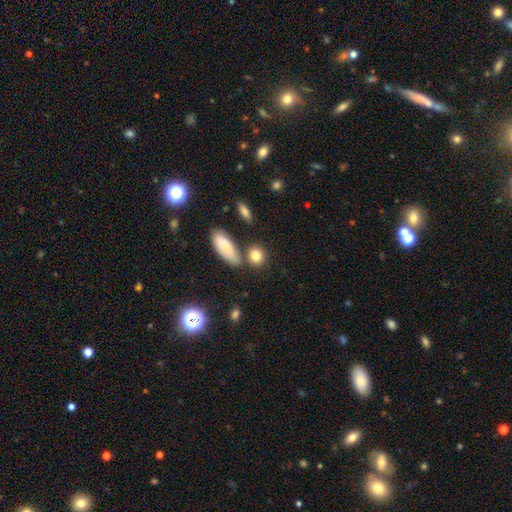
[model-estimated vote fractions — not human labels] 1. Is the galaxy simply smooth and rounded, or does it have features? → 83% smooth, 9% star or artifact, 8% featured or disk.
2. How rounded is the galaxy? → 71% round, 25% in between, 4% cigar-shaped.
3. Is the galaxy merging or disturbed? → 72% none, 13% merger, 11% minor disturbance, 4% major disturbance.